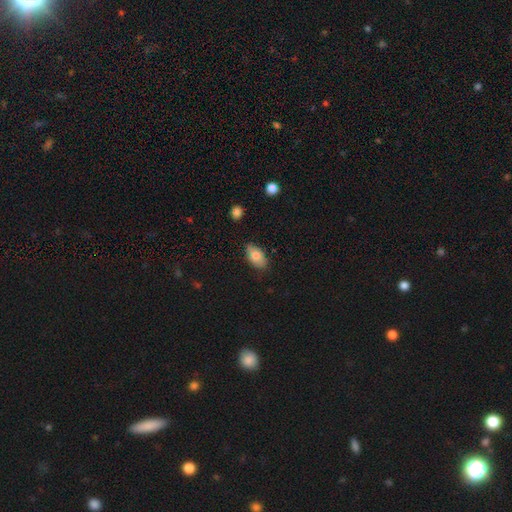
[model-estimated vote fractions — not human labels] Smooth or featured: smooth — 77% (featured or disk — 16%)
How rounded: in between — 91% (round — 6%)
Merging: none — 79% (minor disturbance — 17%)